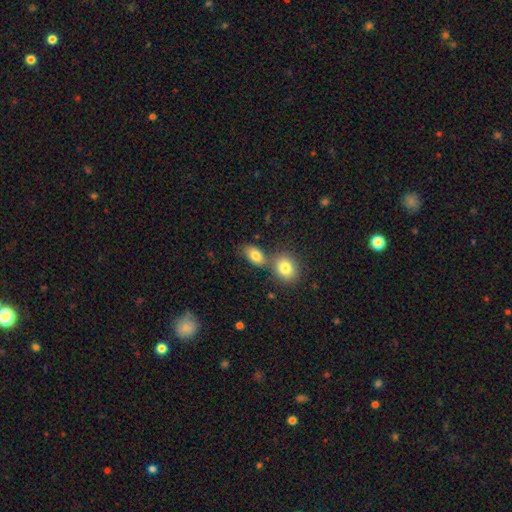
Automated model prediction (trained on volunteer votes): This appears to be a smooth galaxy with no disk features (82%) that is in between round and cigar-shaped (82%). Merging: none (50%).